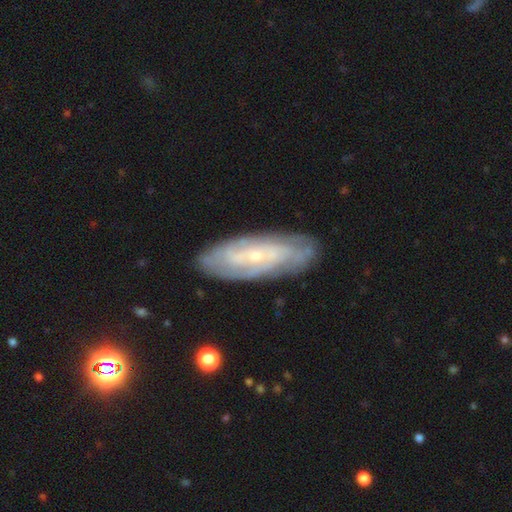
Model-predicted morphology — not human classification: type=featured or disk (75%); edge-on=no (86%); bar=no (64%); spiral arms=yes (85%); winding=tight (65%); arm count=can't tell (54%); bulge=small (78%); merging=none (80%).